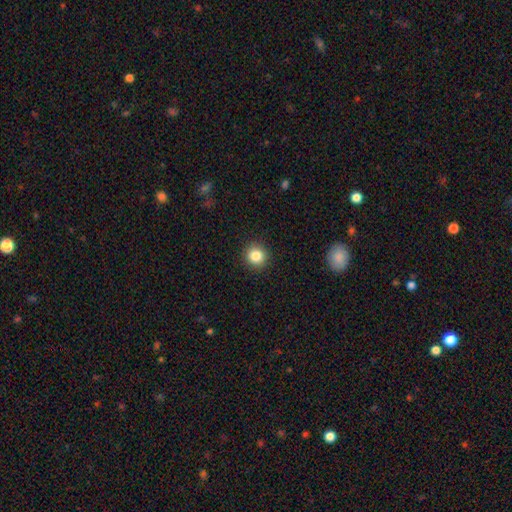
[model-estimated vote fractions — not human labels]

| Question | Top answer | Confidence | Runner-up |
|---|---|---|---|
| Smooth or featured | smooth | 85% | star or artifact (10%) |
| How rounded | round | 92% | in between (7%) |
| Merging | none | 91% | minor disturbance (6%) |